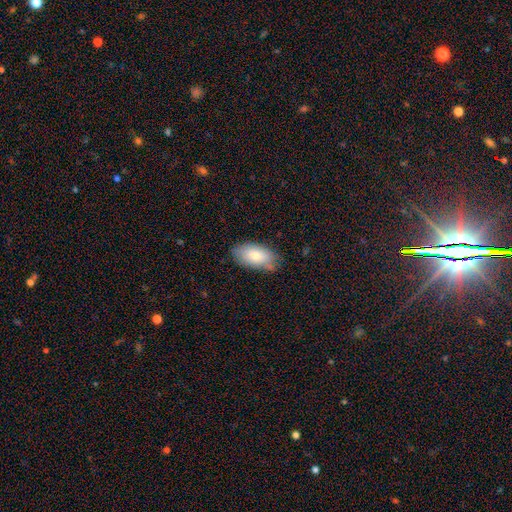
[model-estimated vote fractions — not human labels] Smooth or featured?
  - smooth: 77% *
  - featured or disk: 16%
  - star or artifact: 7%
How rounded?
  - in between: 94% *
  - round: 3%
  - cigar-shaped: 3%
Merging?
  - none: 77% *
  - minor disturbance: 18%
  - major disturbance: 3%
  - merger: 2%